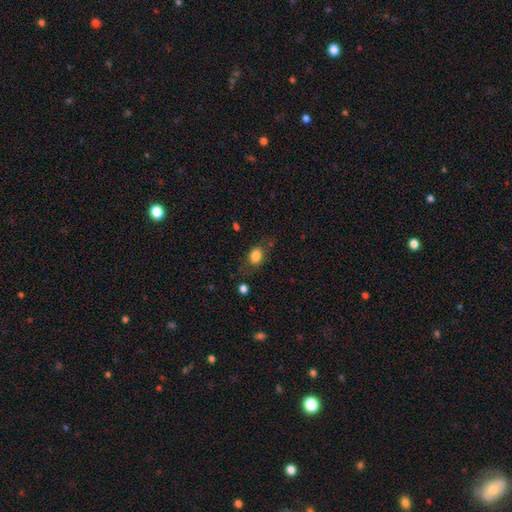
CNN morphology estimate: Overall: smooth (82%). How rounded: in between (65%; round 34%). Merging: none (67%).